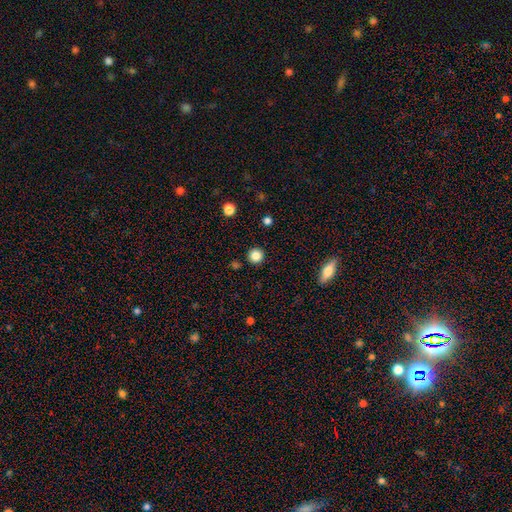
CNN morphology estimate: smooth 84%, star or artifact 11%, featured or disk 4%. Down the decision tree: how rounded — round (96%); merging — none (92%).